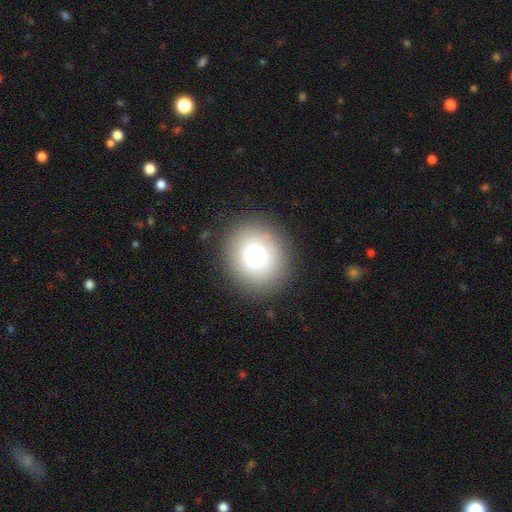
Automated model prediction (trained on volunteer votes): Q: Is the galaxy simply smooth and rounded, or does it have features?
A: smooth — 75%.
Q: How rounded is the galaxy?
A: round — 86%.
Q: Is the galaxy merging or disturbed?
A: none — 83%.